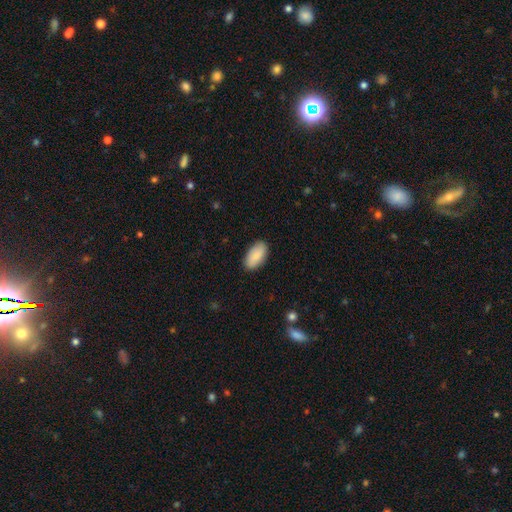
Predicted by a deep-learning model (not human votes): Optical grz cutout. It shows a smooth galaxy with no disk features (89%) that is in between round and cigar-shaped (94%). Merging: none (88%).